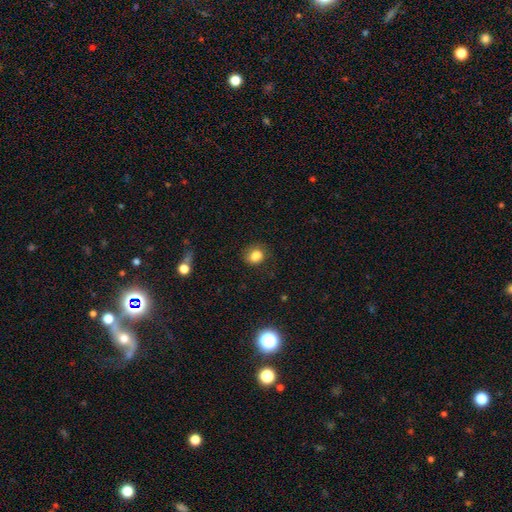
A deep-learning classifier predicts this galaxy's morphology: smooth 83%, star or artifact 11%, featured or disk 6%. Down the decision tree: how rounded — round (57%); merging — none (73%).